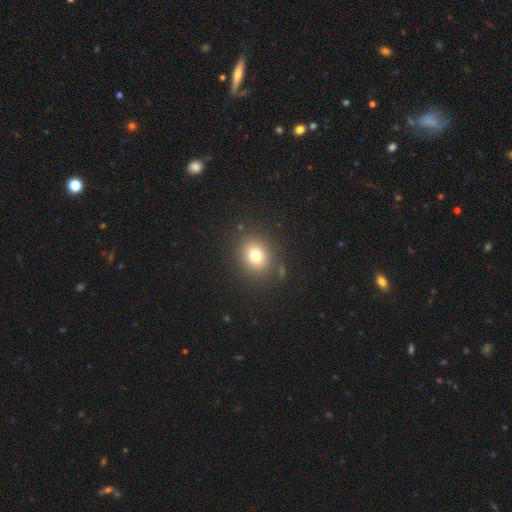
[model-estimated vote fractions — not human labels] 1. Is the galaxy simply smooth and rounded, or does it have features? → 78% smooth, 13% star or artifact, 9% featured or disk.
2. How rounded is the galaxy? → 61% round, 38% in between, 1% cigar-shaped.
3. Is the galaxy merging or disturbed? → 85% none, 9% minor disturbance, 4% major disturbance, 3% merger.